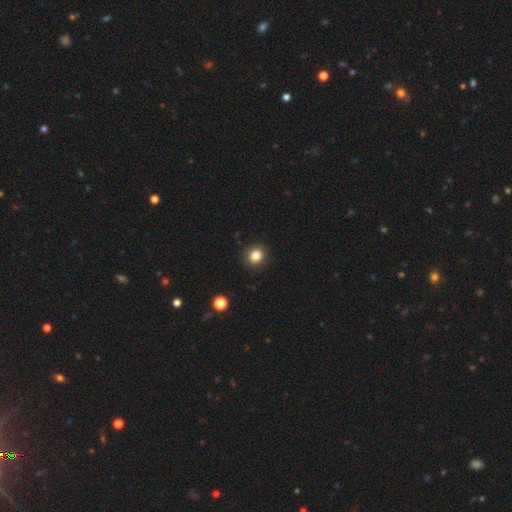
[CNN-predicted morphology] Smooth or featured?
  - smooth: 84% *
  - star or artifact: 11%
  - featured or disk: 5%
How rounded?
  - round: 76% *
  - in between: 23%
  - cigar-shaped: 1%
Merging?
  - none: 90% *
  - minor disturbance: 6%
  - major disturbance: 2%
  - merger: 1%